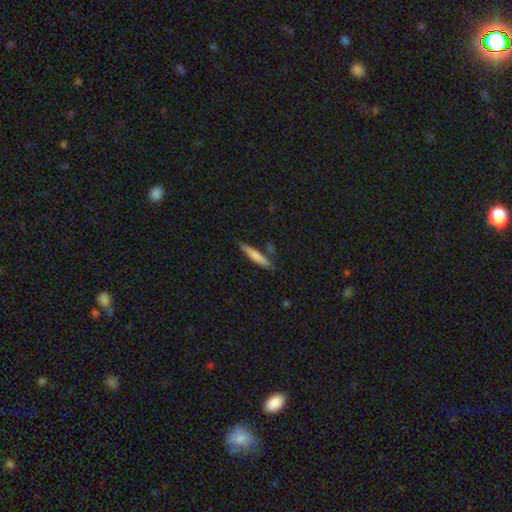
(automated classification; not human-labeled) A smooth galaxy with no disk features (75%) that is cigar-shaped (91%).

Vote fractions:
- Smooth or featured? smooth: 75% / featured or disk: 19% / star or artifact: 6%
- How rounded? cigar-shaped: 91% / in between: 7% / round: 1%
- Merging? none: 80% / minor disturbance: 12% / merger: 5% / major disturbance: 2%